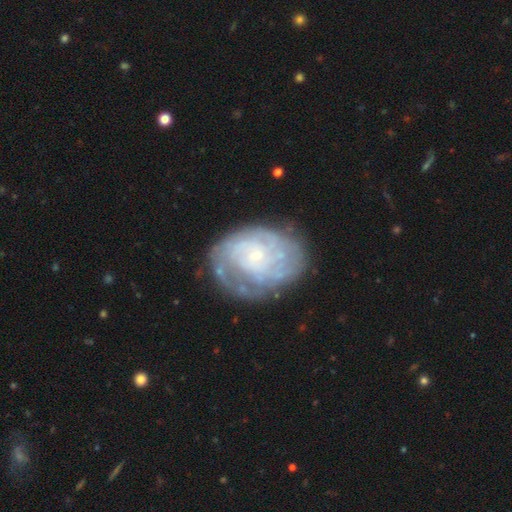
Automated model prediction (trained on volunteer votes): Smooth or featured? Predicted: featured or disk (p=0.75). Edge-on disk? Predicted: no (p=0.97). Bar? Predicted: no (p=0.76). Spiral arms? Predicted: yes (p=0.81). Spiral winding? Predicted: tight (p=0.64). Spiral arm count? Predicted: can't tell (p=0.54). Bulge size? Predicted: small (p=0.75). Merging? Predicted: none (p=0.65).